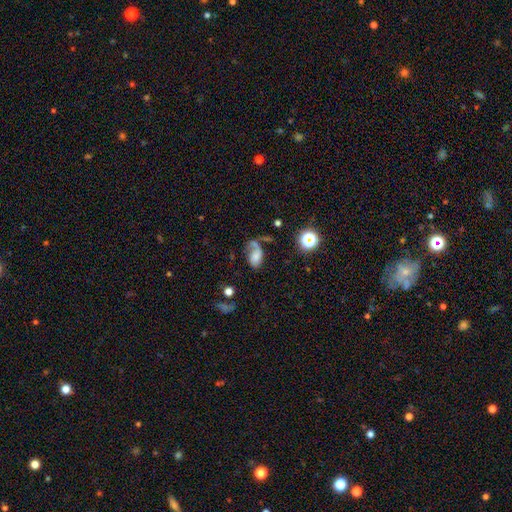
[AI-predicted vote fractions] smooth-or-featured: smooth: 54% | featured or disk: 32% | star or artifact: 14%
  how-rounded: in between: 85% | round: 13% | cigar-shaped: 2%
  merging: none: 33% | major disturbance: 26% | minor disturbance: 21% | merger: 20%